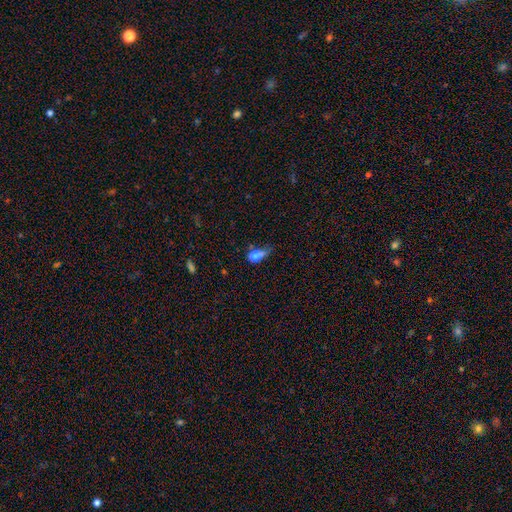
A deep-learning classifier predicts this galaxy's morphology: A smooth galaxy with no disk features (73%) that is in between round and cigar-shaped (75%).

Vote fractions:
- Smooth or featured? smooth: 73% / featured or disk: 17% / star or artifact: 10%
- How rounded? in between: 75% / round: 16% / cigar-shaped: 10%
- Merging? minor disturbance: 35% / major disturbance: 34% / none: 24% / merger: 7%